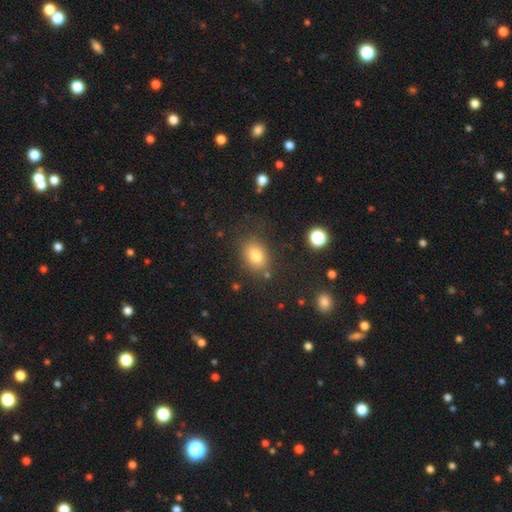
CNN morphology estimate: type=smooth (78%); roundness=in between (67%); merging=none (78%).